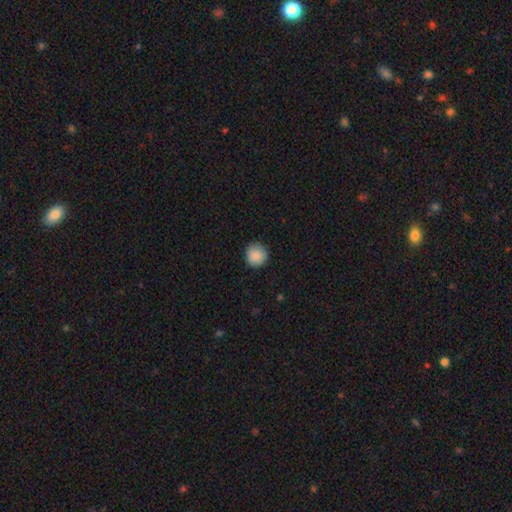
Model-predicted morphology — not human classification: smooth-or-featured: smooth: 88% | star or artifact: 8% | featured or disk: 4%
  how-rounded: round: 93% | in between: 6% | cigar-shaped: 1%
  merging: none: 88% | minor disturbance: 9% | major disturbance: 2% | merger: 1%